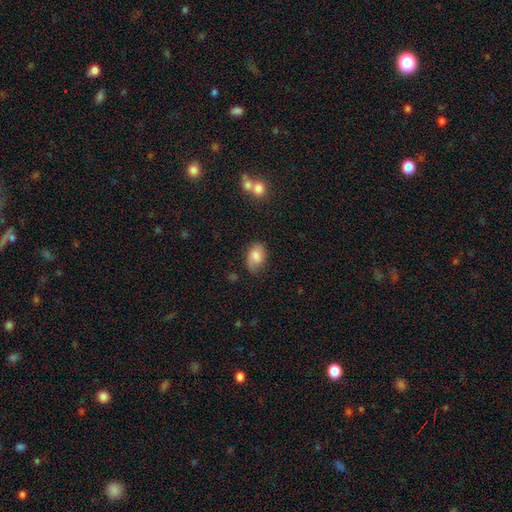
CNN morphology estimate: smooth-or-featured: smooth: 75% | featured or disk: 17% | star or artifact: 8%
  how-rounded: in between: 84% | round: 14% | cigar-shaped: 1%
  merging: none: 61% | minor disturbance: 28% | major disturbance: 8% | merger: 3%